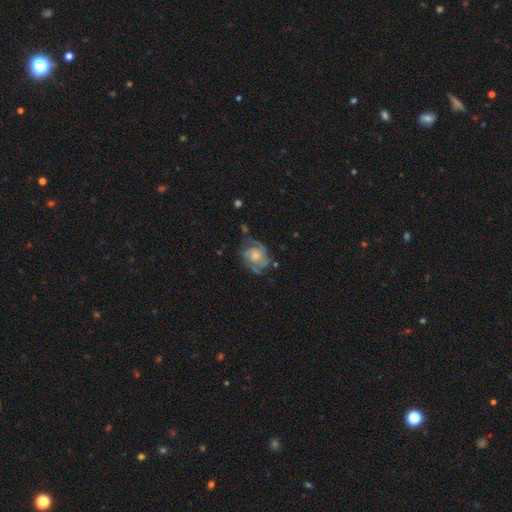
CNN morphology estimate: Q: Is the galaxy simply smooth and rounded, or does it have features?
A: featured or disk — 75%.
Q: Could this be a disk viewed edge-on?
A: no — 98%.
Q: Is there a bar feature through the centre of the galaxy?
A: no — 76%.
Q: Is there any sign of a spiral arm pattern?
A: yes — 88%.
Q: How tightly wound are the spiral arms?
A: tight — 45%.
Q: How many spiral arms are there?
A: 2 — 42%.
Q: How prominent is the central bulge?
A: small — 44%.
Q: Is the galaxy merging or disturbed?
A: none — 54%.